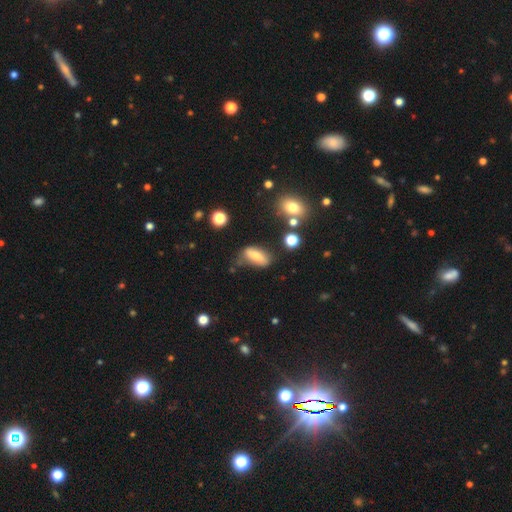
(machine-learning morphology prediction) This appears to be a smooth galaxy with no disk features (64%) that is in between round and cigar-shaped (74%). Merging: none (56%).